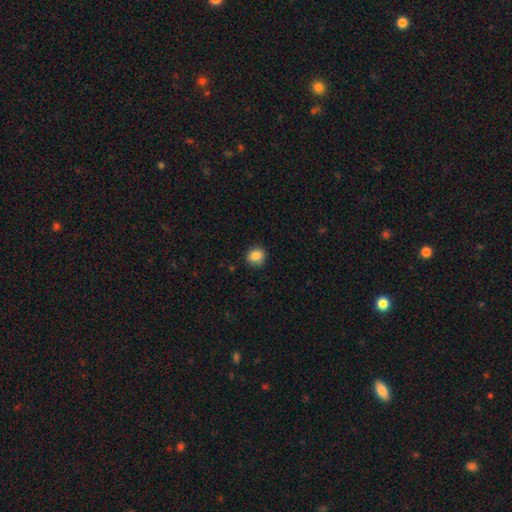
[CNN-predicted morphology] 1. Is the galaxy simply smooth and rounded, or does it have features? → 86% smooth, 9% star or artifact, 5% featured or disk.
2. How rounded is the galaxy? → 79% round, 20% in between, 1% cigar-shaped.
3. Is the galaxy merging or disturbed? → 88% none, 9% minor disturbance, 2% major disturbance, 1% merger.